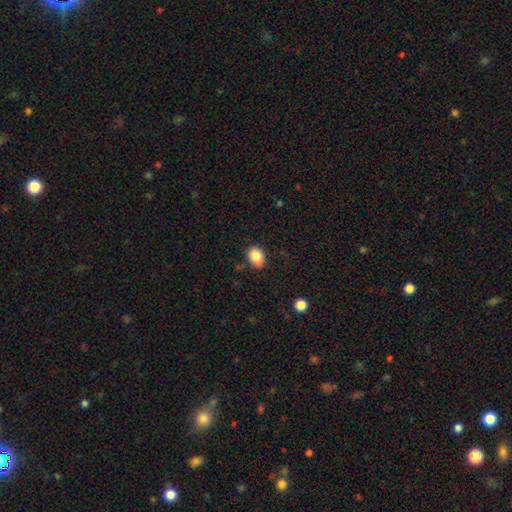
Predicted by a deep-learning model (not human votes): This is clearly a smooth galaxy (82%). How rounded: possibly in between (54%). Merging: likely none (66%).